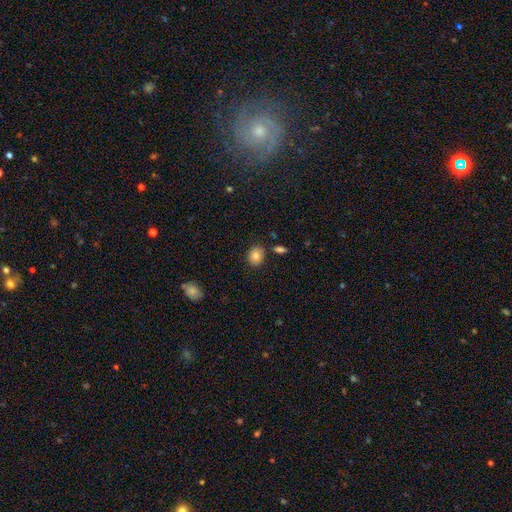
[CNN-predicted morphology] smooth 85%, star or artifact 9%, featured or disk 6%. Down the decision tree: how rounded — round (57%); merging — none (80%).